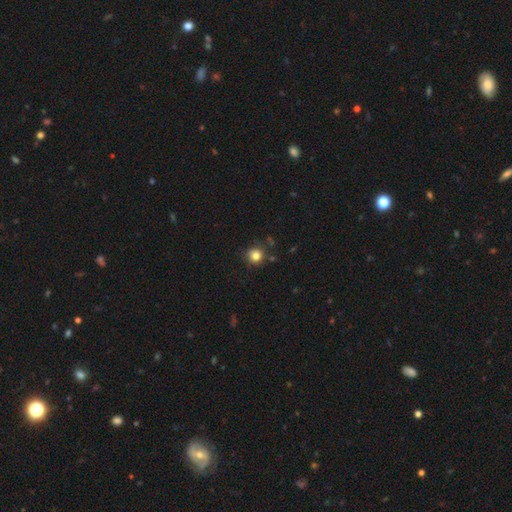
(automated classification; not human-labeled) A smooth galaxy with no disk features (82%) that is round (92%). Merging: none (82%).